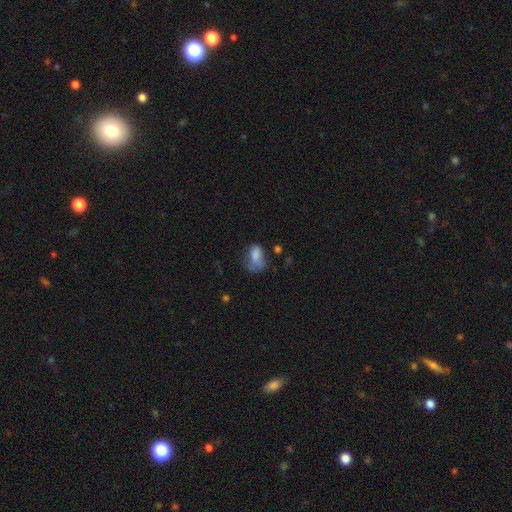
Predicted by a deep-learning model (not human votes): This appears to be a smooth galaxy with no disk features (73%) that is in between round and cigar-shaped (82%). Merging: major disturbance (36%).